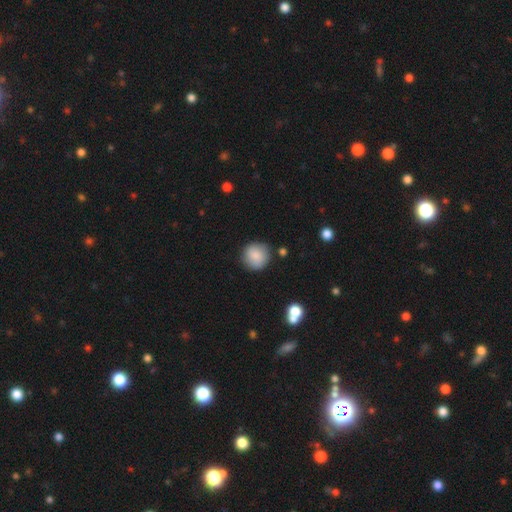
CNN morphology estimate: A smooth galaxy with no disk features (84%) that is round (93%).

Vote fractions:
- Smooth or featured? smooth: 84% / featured or disk: 8% / star or artifact: 8%
- How rounded? round: 93% / in between: 6% / cigar-shaped: 1%
- Merging? none: 84% / minor disturbance: 11% / major disturbance: 3% / merger: 2%